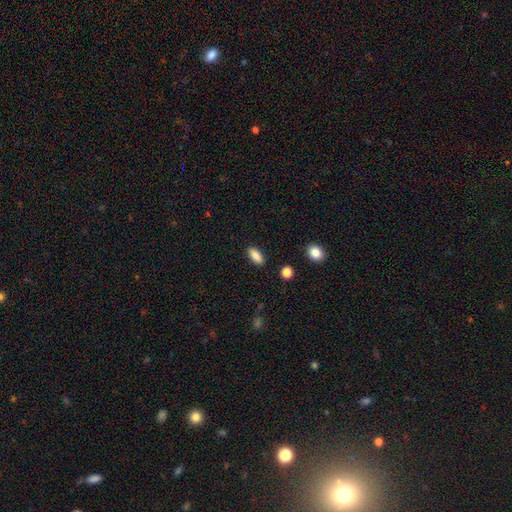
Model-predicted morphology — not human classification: smooth 87%, star or artifact 7%, featured or disk 6%. Down the decision tree: how rounded — in between (81%); merging — none (89%).